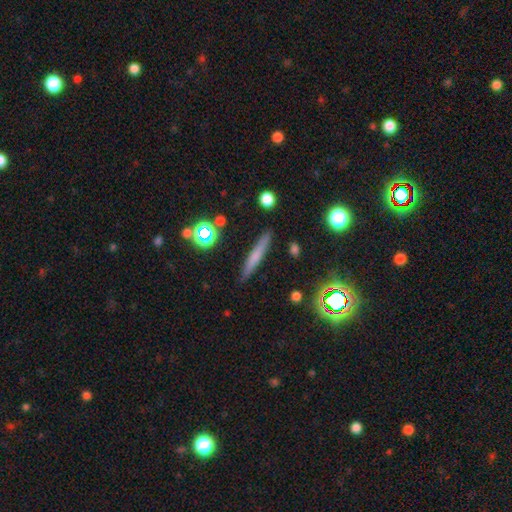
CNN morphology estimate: This appears to be a smooth galaxy with no disk features (57%) that is cigar-shaped (92%). Merging: none (89%).